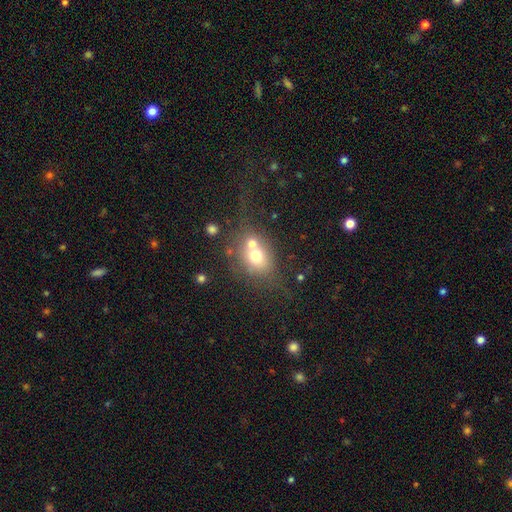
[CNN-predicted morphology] smooth_or_featured: smooth (p=0.64) [alt: featured or disk p=0.23]
how_rounded: round (p=0.51) [alt: in between p=0.47]
merging: merger (p=0.47) [alt: none p=0.33]